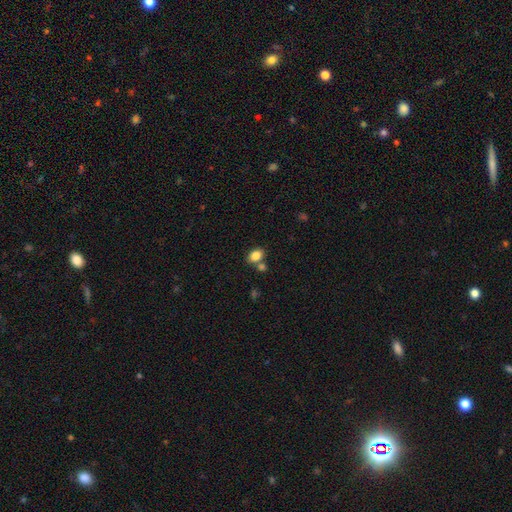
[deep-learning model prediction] Q: Smooth or featured?
A: smooth (84%); runner-up: star or artifact (10%)
Q: How rounded?
A: in between (76%); runner-up: round (23%)
Q: Merging?
A: none (64%); runner-up: merger (21%)